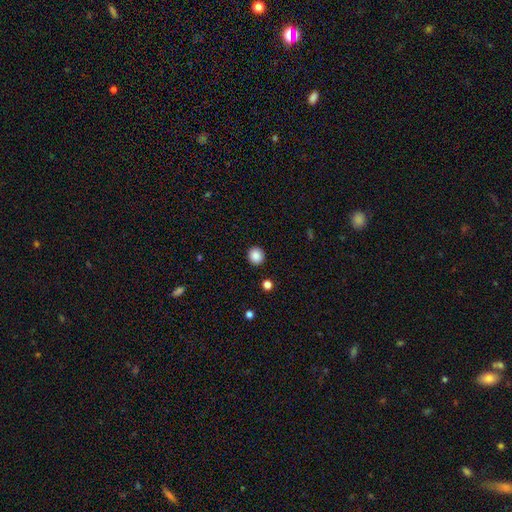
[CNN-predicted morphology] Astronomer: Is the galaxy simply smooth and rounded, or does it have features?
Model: smooth — 87%.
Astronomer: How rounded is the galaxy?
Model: round — 90%.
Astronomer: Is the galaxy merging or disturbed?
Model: none — 92%.